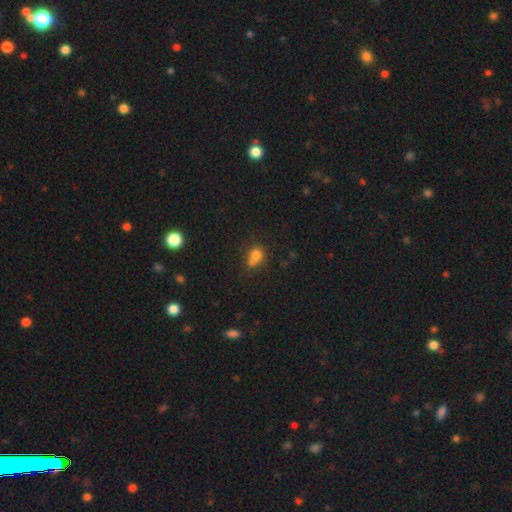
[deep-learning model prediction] Smooth or featured?
  - smooth: 75% *
  - star or artifact: 14%
  - featured or disk: 11%
How rounded?
  - round: 78% *
  - in between: 21%
  - cigar-shaped: 1%
Merging?
  - none: 43% *
  - merger: 39%
  - minor disturbance: 13%
  - major disturbance: 5%